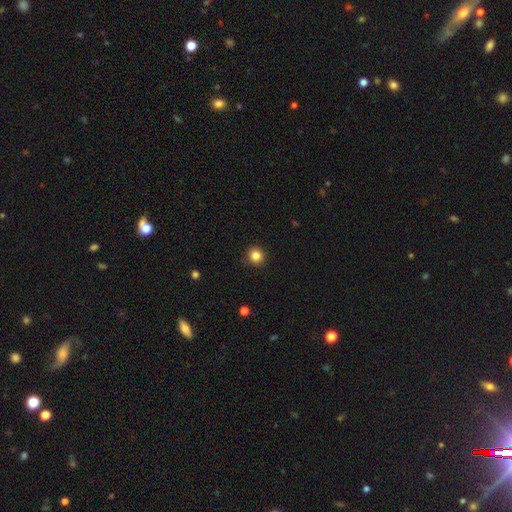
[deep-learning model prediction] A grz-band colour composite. It shows a smooth galaxy with no disk features (84%) that is round (94%). Merging: none (91%).